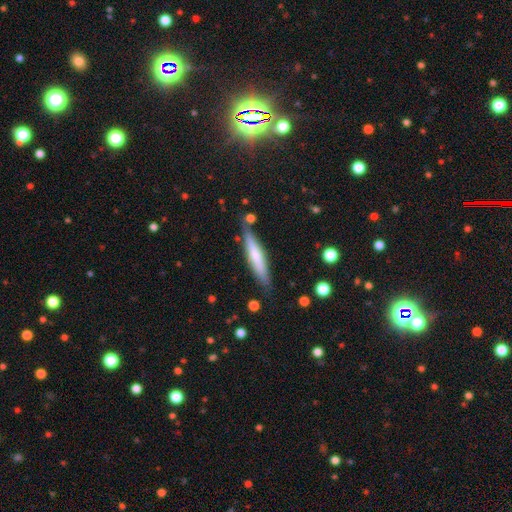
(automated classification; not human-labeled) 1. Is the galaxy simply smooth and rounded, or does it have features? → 59% smooth, 35% featured or disk, 6% star or artifact.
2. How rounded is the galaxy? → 90% cigar-shaped, 9% in between, 1% round.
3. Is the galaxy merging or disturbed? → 80% none, 13% minor disturbance, 4% merger, 3% major disturbance.